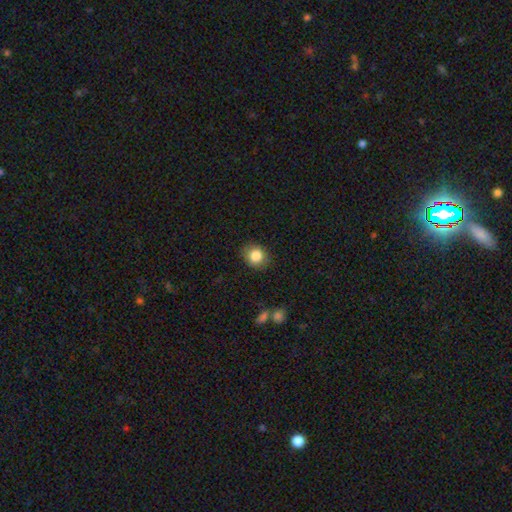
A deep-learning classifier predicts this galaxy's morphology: Smooth or featured? smooth (84%)
How rounded? round (70%)
Merging? none (85%)